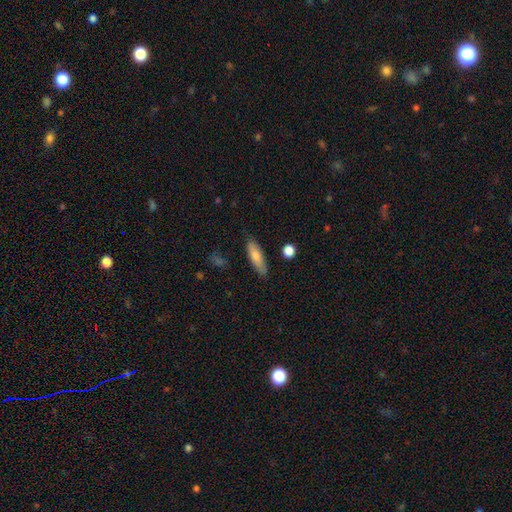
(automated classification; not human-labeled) smooth-or-featured: smooth: 74% | featured or disk: 20% | star or artifact: 6%
  how-rounded: cigar-shaped: 49% (tied) | in between: 49% (tied) | round: 2%
  merging: none: 83% | minor disturbance: 12% | major disturbance: 2% | merger: 2%